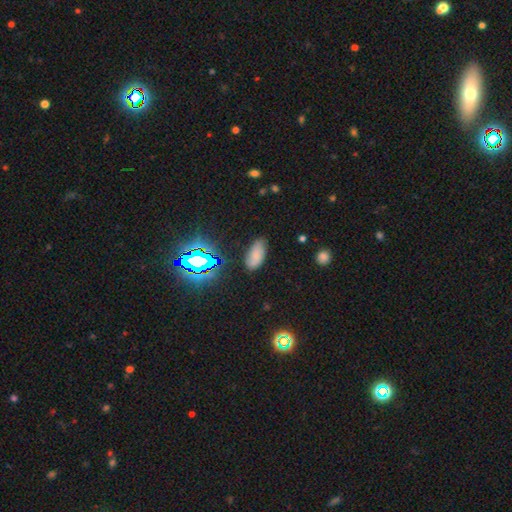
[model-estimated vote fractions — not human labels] smooth-or-featured: smooth: 69% | star or artifact: 19% | featured or disk: 11%
  how-rounded: in between: 90% | cigar-shaped: 7% | round: 3%
  merging: none: 74% | minor disturbance: 19% | major disturbance: 5% | merger: 2%